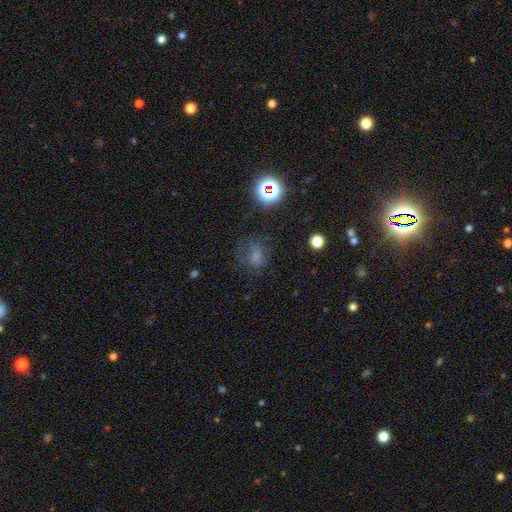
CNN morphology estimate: A smooth galaxy with no disk features (61%) that is in between round and cigar-shaped (52%).

Vote fractions:
- Smooth or featured? smooth: 61% / star or artifact: 26% / featured or disk: 14%
- How rounded? in between: 52% / round: 46% / cigar-shaped: 2%
- Merging? none: 56% / minor disturbance: 23% / major disturbance: 19% / merger: 3%